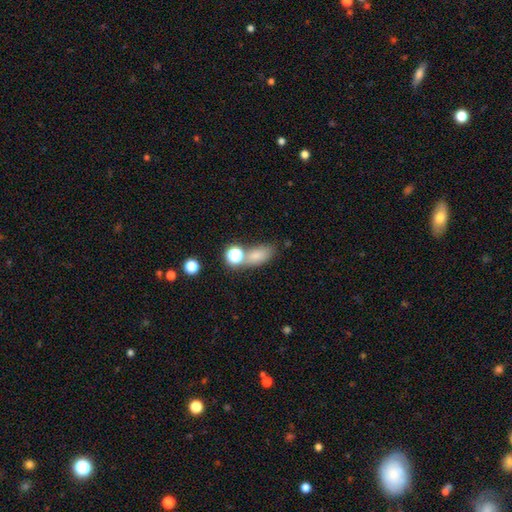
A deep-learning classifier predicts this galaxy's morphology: This is likely a smooth galaxy (74%). How rounded: clearly in between (80%). Merging: possibly none (56%).